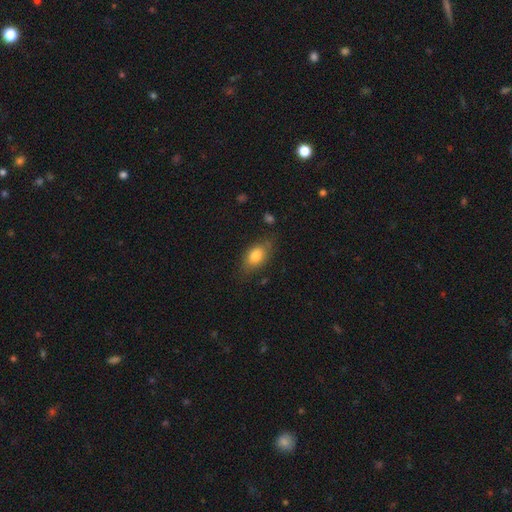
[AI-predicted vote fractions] smooth-or-featured: smooth: 78% | featured or disk: 14% | star or artifact: 8%
  how-rounded: in between: 86% | round: 9% | cigar-shaped: 4%
  merging: none: 72% | minor disturbance: 21% | major disturbance: 6% | merger: 2%